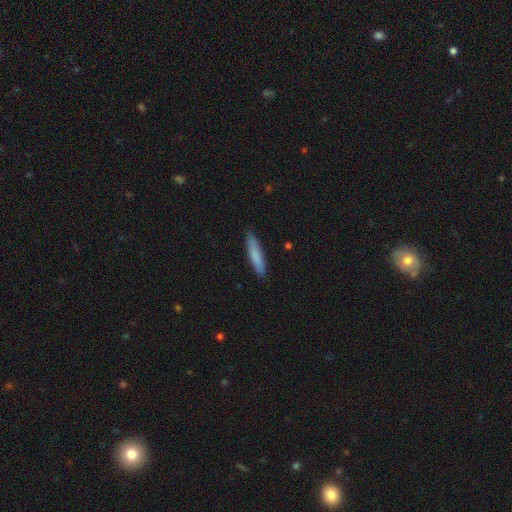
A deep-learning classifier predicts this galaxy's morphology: Q: Smooth or featured?
A: smooth (79%); runner-up: featured or disk (15%)
Q: How rounded?
A: cigar-shaped (87%); runner-up: in between (12%)
Q: Merging?
A: none (87%); runner-up: minor disturbance (10%)